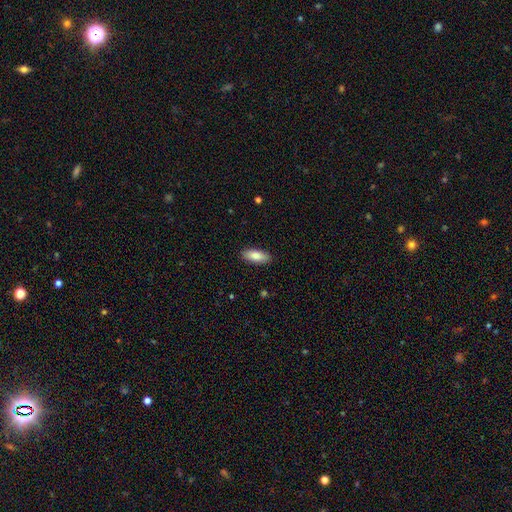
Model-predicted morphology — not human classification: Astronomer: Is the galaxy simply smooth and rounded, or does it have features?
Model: smooth — 84%.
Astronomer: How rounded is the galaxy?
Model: in between — 79%.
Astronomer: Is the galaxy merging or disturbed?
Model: none — 89%.